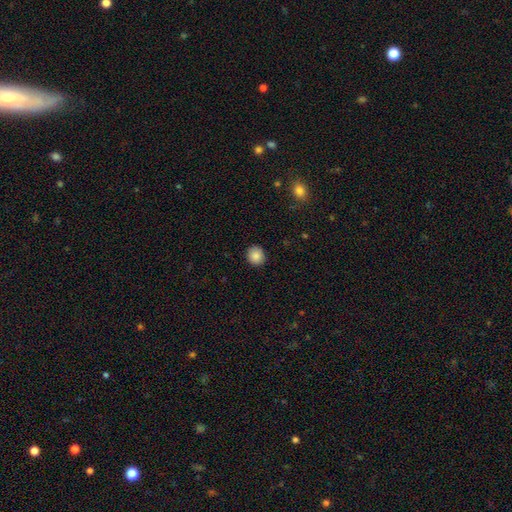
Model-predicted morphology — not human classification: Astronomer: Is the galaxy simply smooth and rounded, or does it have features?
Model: smooth — 87%.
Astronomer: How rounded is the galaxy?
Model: round — 84%.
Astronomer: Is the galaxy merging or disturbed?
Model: none — 90%.